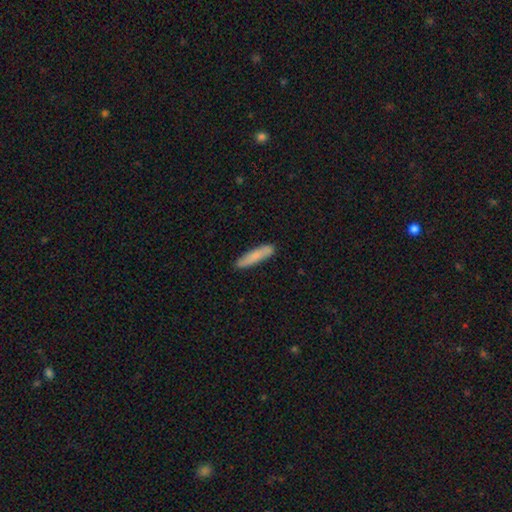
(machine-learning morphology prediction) smooth_or_featured: smooth (p=0.77) [alt: featured or disk p=0.17]
how_rounded: cigar-shaped (p=0.85) [alt: in between p=0.13]
merging: none (p=0.85) [alt: minor disturbance p=0.12]